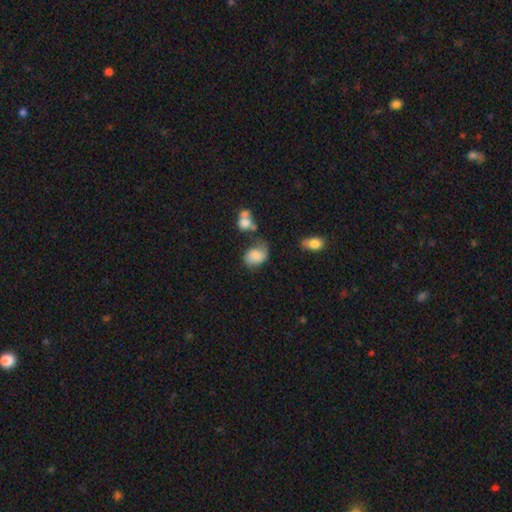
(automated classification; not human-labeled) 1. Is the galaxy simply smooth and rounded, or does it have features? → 70% smooth, 20% featured or disk, 10% star or artifact.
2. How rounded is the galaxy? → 64% in between, 34% round, 1% cigar-shaped.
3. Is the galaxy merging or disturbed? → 41% none, 29% minor disturbance, 19% major disturbance, 11% merger.